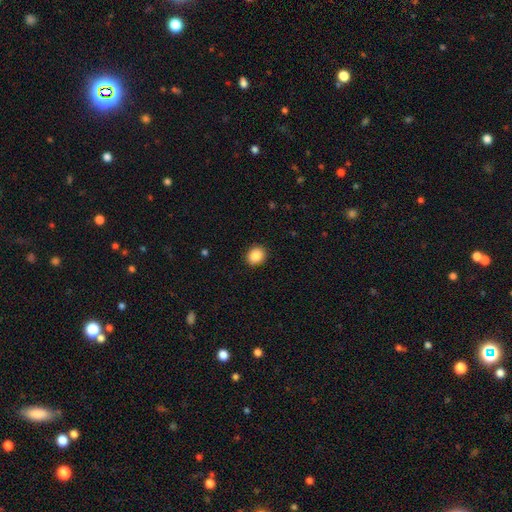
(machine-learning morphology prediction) Overall: smooth (88%). How rounded: round (66%; in between 33%). Merging: none (90%).